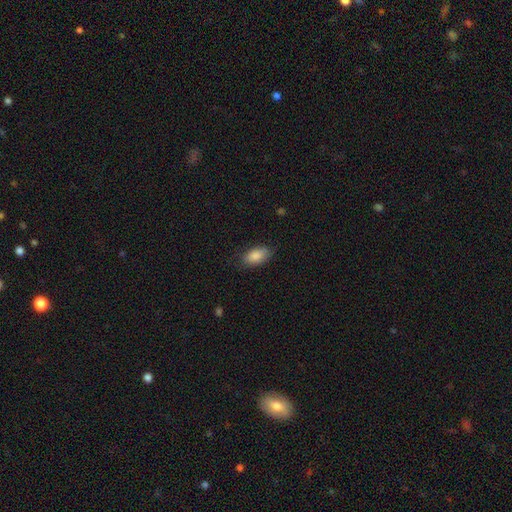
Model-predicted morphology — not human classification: Smooth or featured? smooth (87%)
How rounded? in between (92%)
Merging? none (80%)